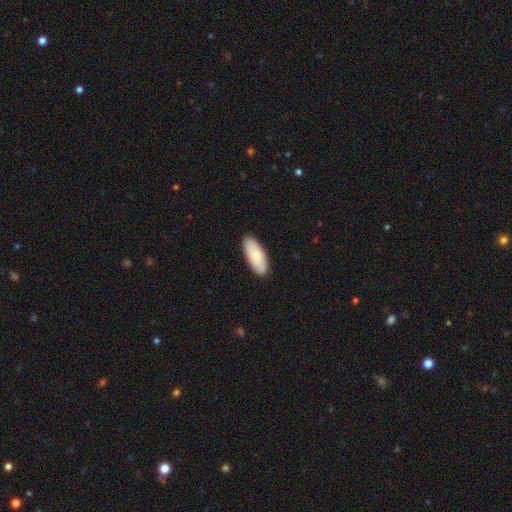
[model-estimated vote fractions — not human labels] A smooth galaxy with no disk features (80%) that is in between round and cigar-shaped (84%).

Vote fractions:
- Smooth or featured? smooth: 80% / featured or disk: 14% / star or artifact: 5%
- How rounded? in between: 84% / cigar-shaped: 15% / round: 2%
- Merging? none: 88% / minor disturbance: 10% / major disturbance: 2% / merger: 1%